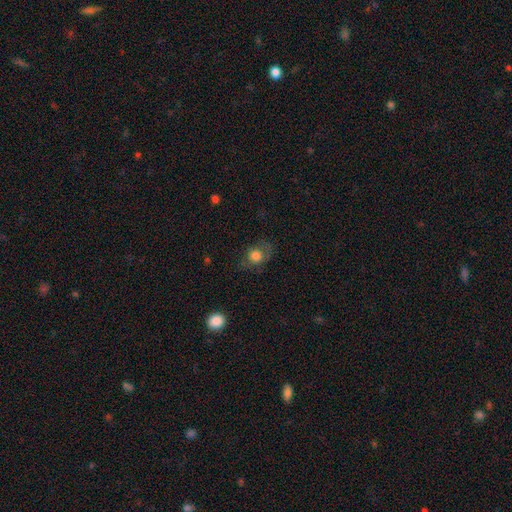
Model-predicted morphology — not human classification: smooth 66%, featured or disk 23%, star or artifact 11%. Down the decision tree: how rounded — round (65%); merging — none (62%).